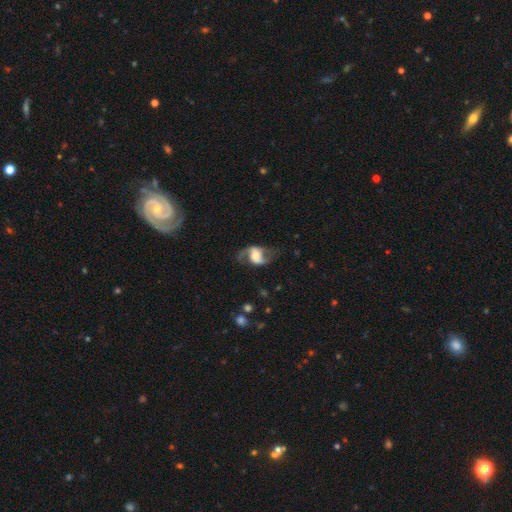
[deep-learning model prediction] Smooth or featured? featured or disk (79%)
Edge-on disk? no (96%)
Bar? weak (41%)
Spiral arms? yes (92%)
Spiral winding? loose (62%)
Spiral arm count? 2 (88%)
Bulge size? moderate (46%)
Merging? none (64%)